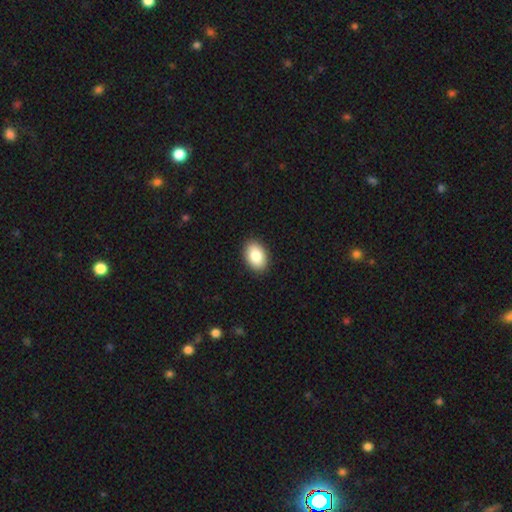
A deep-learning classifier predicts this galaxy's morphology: Q: Smooth or featured?
A: smooth (86%); runner-up: featured or disk (7%)
Q: How rounded?
A: in between (88%); runner-up: round (11%)
Q: Merging?
A: none (90%); runner-up: minor disturbance (7%)